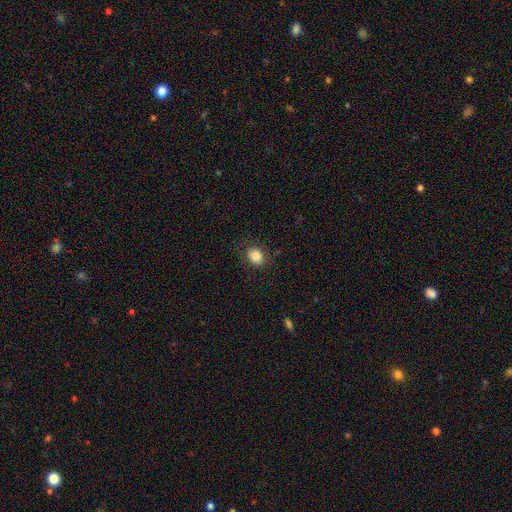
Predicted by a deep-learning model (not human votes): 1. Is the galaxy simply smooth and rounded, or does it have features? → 84% smooth, 10% star or artifact, 6% featured or disk.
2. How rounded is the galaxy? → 56% in between, 43% round, 1% cigar-shaped.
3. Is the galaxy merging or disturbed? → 85% none, 10% minor disturbance, 3% major disturbance, 1% merger.